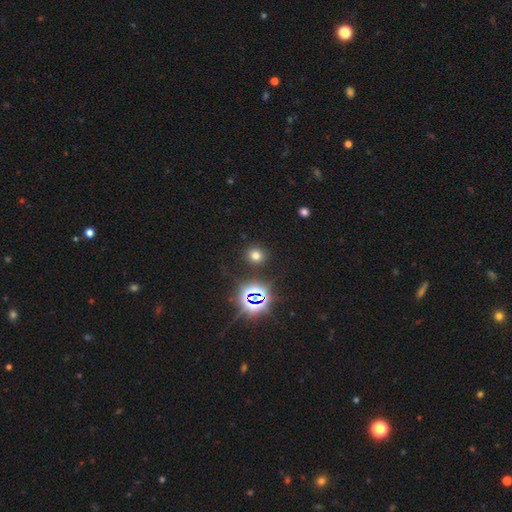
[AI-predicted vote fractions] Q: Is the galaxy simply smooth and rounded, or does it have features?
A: smooth — 67%.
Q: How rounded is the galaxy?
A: round — 84%.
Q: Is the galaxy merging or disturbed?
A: none — 88%.